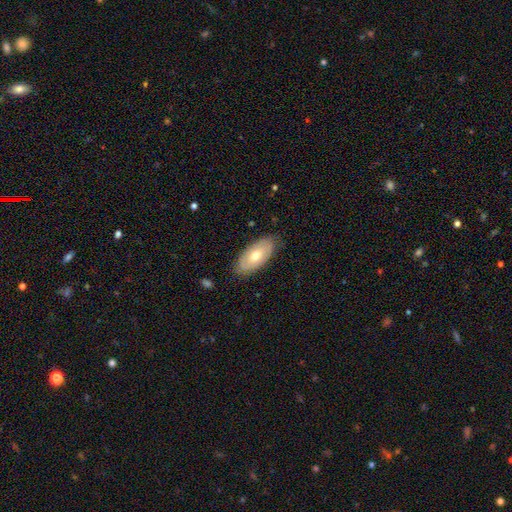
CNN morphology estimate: A smooth galaxy with no disk features (56%) that is in between round and cigar-shaped (91%). Merging: none (81%).